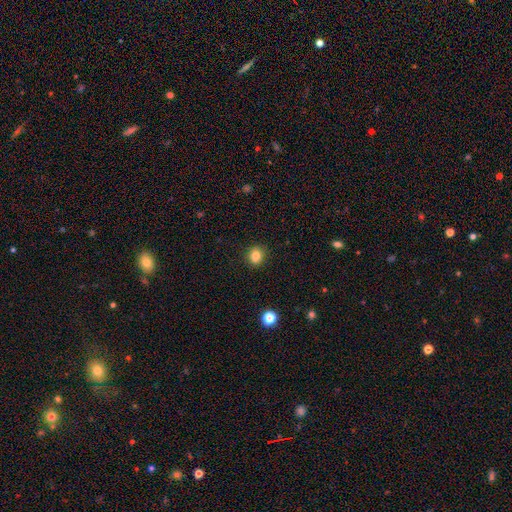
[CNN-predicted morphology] This is clearly a smooth galaxy (83%). How rounded: likely round (66%). Merging: clearly none (89%).